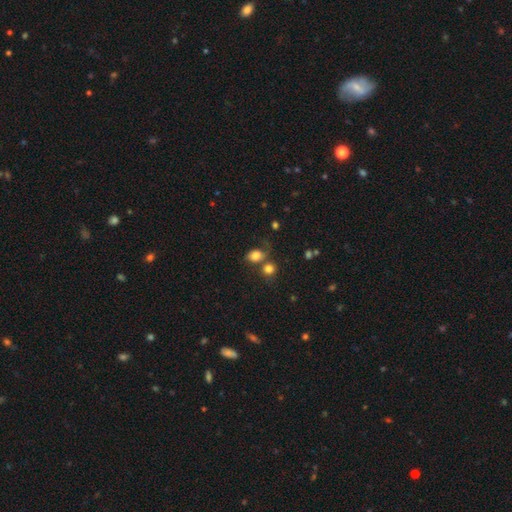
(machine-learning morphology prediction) The model was most divided on "how rounded": in between: 55%, round: 44%, cigar-shaped: 1%. Remaining: smooth or featured — smooth (78%); merging — none (42%).